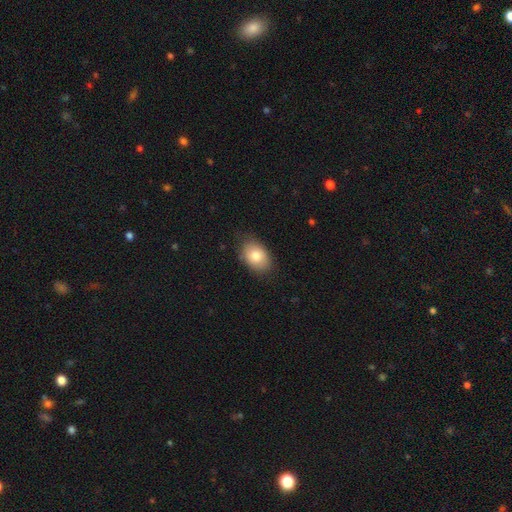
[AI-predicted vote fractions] This appears to be a smooth galaxy with no disk features (80%) that is in between round and cigar-shaped (80%). Merging: none (80%).